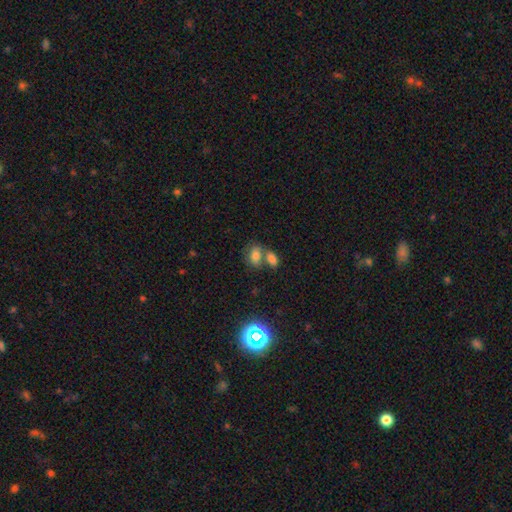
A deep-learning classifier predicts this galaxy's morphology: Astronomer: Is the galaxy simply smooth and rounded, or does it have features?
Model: smooth — 75%.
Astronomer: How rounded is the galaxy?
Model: in between — 80%.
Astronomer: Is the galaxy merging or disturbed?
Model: merger — 44% (runner-up: none, 41%).